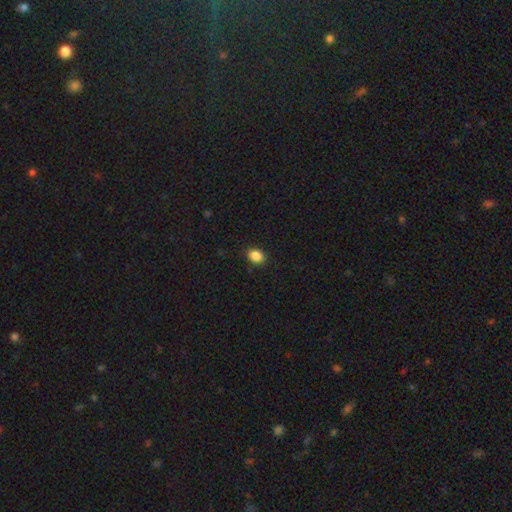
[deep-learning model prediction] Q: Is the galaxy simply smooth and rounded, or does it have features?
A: smooth — 87%.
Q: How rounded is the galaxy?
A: in between — 54%.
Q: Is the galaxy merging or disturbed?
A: none — 90%.